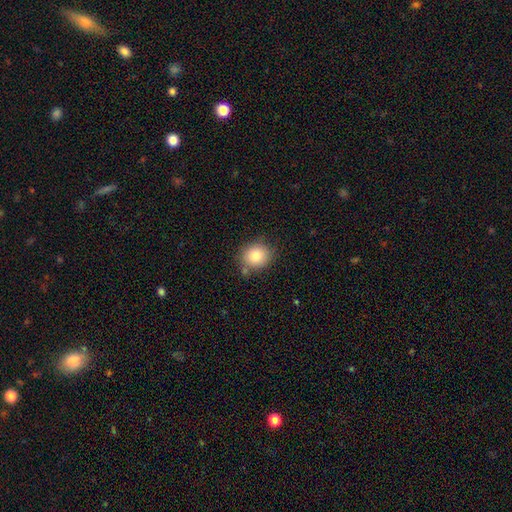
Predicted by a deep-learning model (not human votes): Smooth or featured: smooth — 83% (star or artifact — 9%)
How rounded: round — 77% (in between — 22%)
Merging: none — 76% (minor disturbance — 15%)